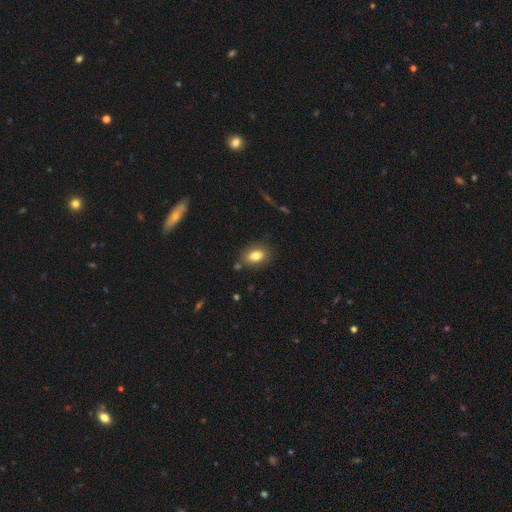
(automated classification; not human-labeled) The model was most divided on "merging": none: 80%, minor disturbance: 13%, merger: 4%, major disturbance: 3%. More confident: how rounded — in between (84%); smooth or featured — smooth (81%).